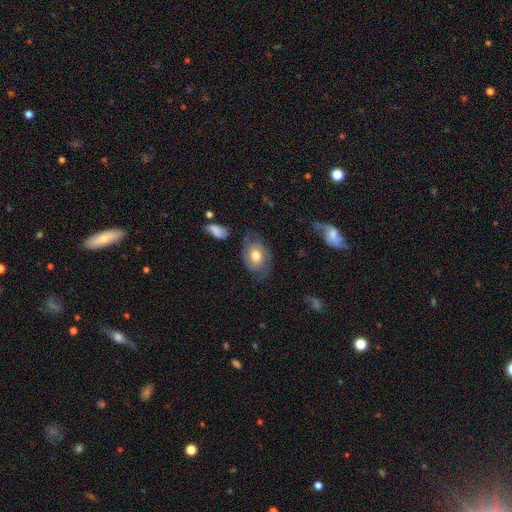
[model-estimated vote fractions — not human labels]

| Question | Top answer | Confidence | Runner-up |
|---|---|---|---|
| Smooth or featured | smooth | 47% | featured or disk (46%) |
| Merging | none | 59% | minor disturbance (25%) |